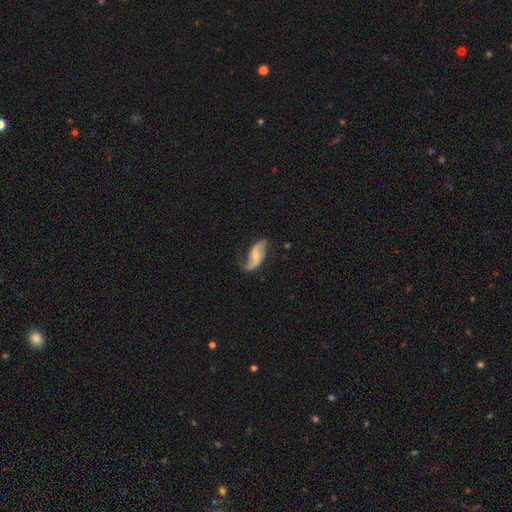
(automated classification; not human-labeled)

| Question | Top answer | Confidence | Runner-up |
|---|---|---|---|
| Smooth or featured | featured or disk | 79% | smooth (15%) |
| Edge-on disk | no | 96% | yes (4%) |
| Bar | no | 50% | weak (37%) |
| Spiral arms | yes | 94% | no (6%) |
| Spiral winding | loose | 73% | medium (21%) |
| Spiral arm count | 2 | 89% | 1 (5%) |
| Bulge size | small | 51% | moderate (39%) |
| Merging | none | 69% | minor disturbance (21%) |